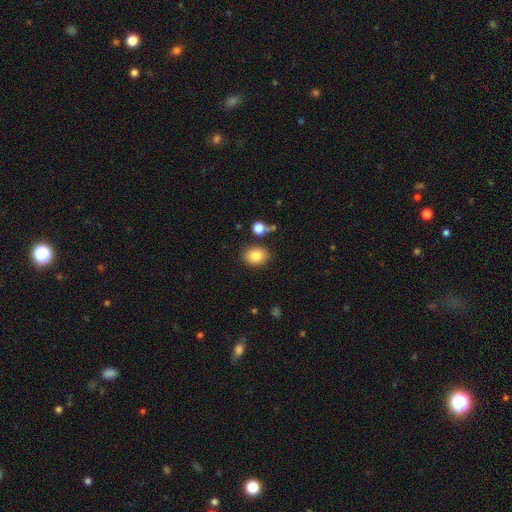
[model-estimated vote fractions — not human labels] Morphology: type=smooth (85%); roundness=in between (53%); merging=none (82%).